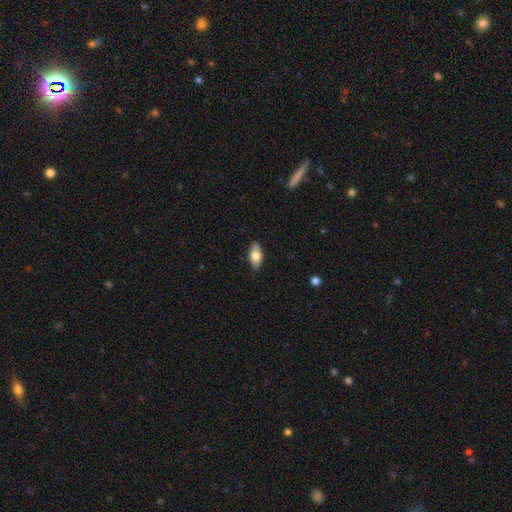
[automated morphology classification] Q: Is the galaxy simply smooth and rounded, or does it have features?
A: smooth — 73%.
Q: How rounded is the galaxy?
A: in between — 84%.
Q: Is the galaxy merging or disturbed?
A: none — 88%.